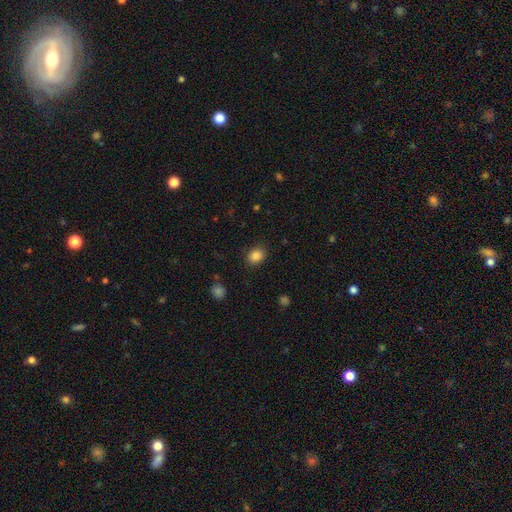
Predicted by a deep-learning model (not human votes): Smooth or featured: smooth — 86% (star or artifact — 10%)
How rounded: round — 51% (in between — 48%)
Merging: none — 87% (minor disturbance — 9%)